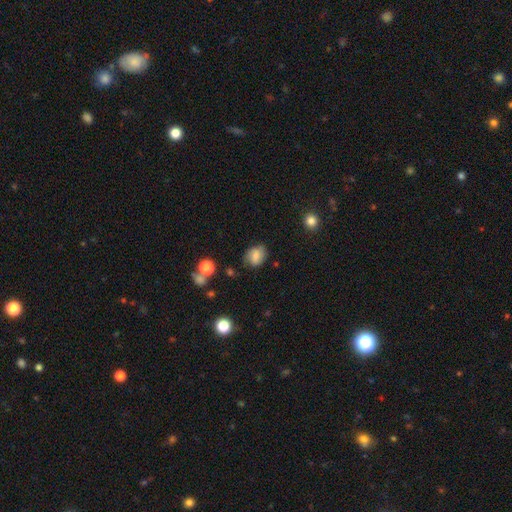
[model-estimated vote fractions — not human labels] smooth_or_featured: smooth (p=0.67) [alt: featured or disk p=0.22]
how_rounded: in between (p=0.63) [alt: round p=0.36]
merging: none (p=0.67) [alt: minor disturbance p=0.23]